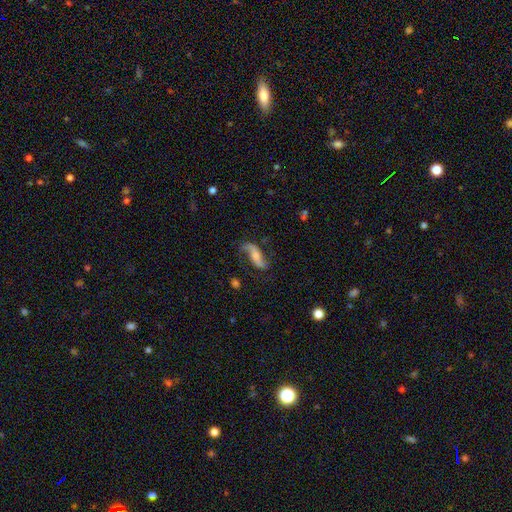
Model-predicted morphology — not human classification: Smooth or featured: featured or disk — 78% (smooth — 15%)
Edge-on disk: no — 91% (yes — 9%)
Bar: no — 46% (weak — 31%)
Spiral arms: yes — 94% (no — 6%)
Spiral winding: loose — 77% (medium — 17%)
Spiral arm count: 2 — 89% (1 — 6%)
Bulge size: small — 44% (moderate — 40%)
Merging: none — 70% (minor disturbance — 18%)